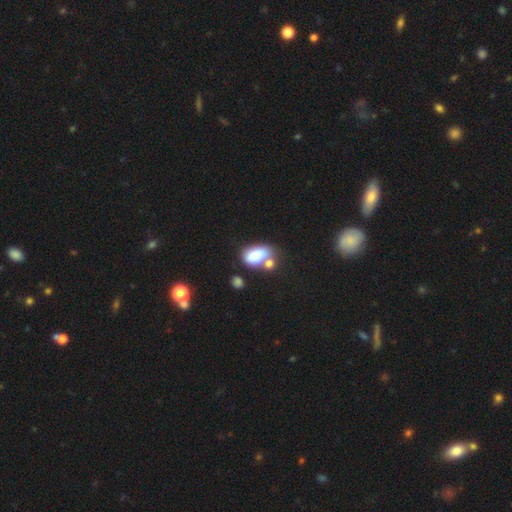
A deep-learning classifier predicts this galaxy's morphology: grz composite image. It shows a smooth galaxy with no disk features (79%) that is in between round and cigar-shaped (89%). Merging: merger (45%).